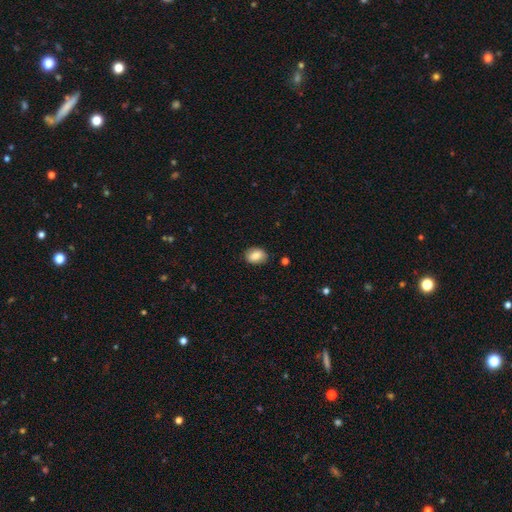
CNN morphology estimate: This appears to be a smooth galaxy with no disk features (83%) that is in between round and cigar-shaped (72%). Merging: none (85%).